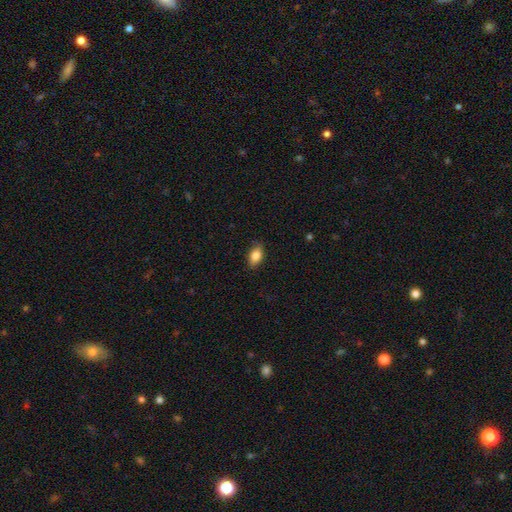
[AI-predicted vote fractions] This appears to be a smooth galaxy with no disk features (85%) that is in between round and cigar-shaped (88%). Merging: none (83%).